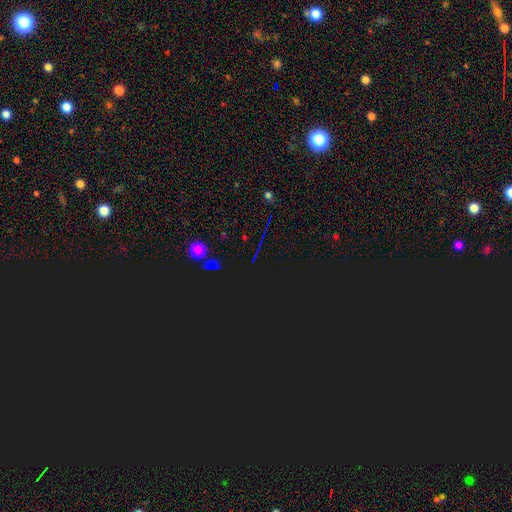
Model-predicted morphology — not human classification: Smooth or featured: star or artifact — 77% (smooth — 14%)